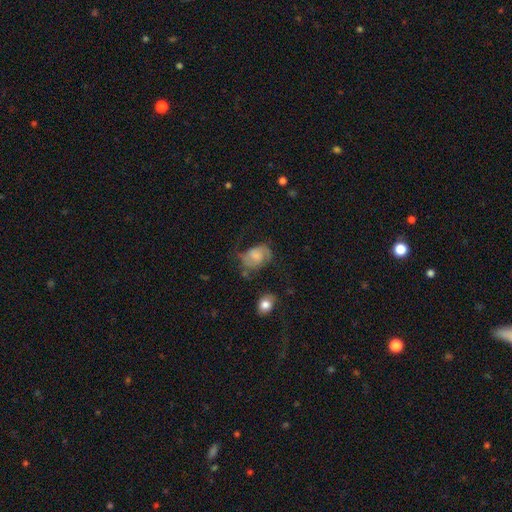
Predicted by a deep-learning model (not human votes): A featured or disk galaxy (50%).

Vote fractions:
- Smooth or featured? featured or disk: 50% / smooth: 41% / star or artifact: 9%
- Edge-on disk? no: 97% / yes: 3%
- Merging? none: 42% / minor disturbance: 27% / major disturbance: 26% / merger: 5%